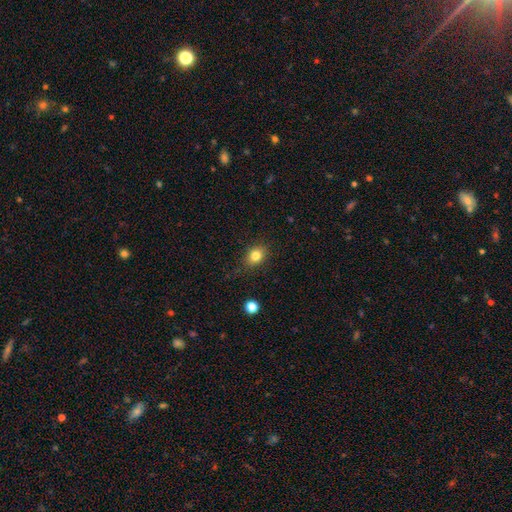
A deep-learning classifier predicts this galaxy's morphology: This appears to be a smooth galaxy with no disk features (81%) that is round (54%). Merging: none (82%).